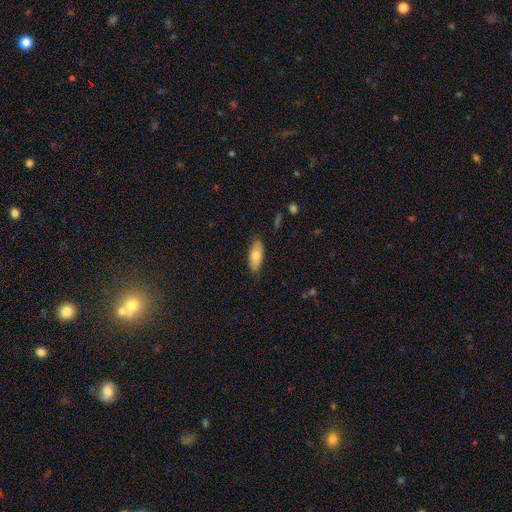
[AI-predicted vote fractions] smooth 74%, featured or disk 20%, star or artifact 6%. Down the decision tree: how rounded — in between (80%); merging — none (82%).